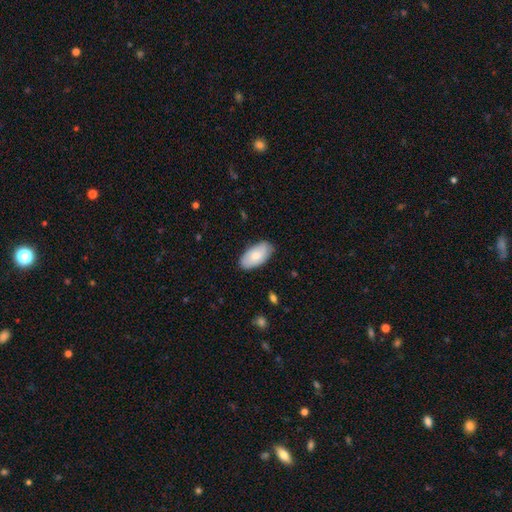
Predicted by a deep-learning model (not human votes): smooth 73%, featured or disk 21%, star or artifact 5%. Down the decision tree: how rounded — in between (95%); merging — none (82%).